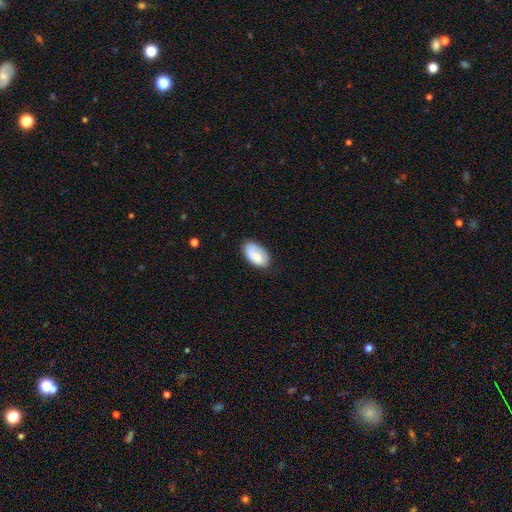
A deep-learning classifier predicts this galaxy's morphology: smooth_or_featured: smooth (p=0.77) [alt: featured or disk p=0.16]
how_rounded: in between (p=0.94) [alt: round p=0.05]
merging: none (p=0.73) [alt: minor disturbance p=0.20]